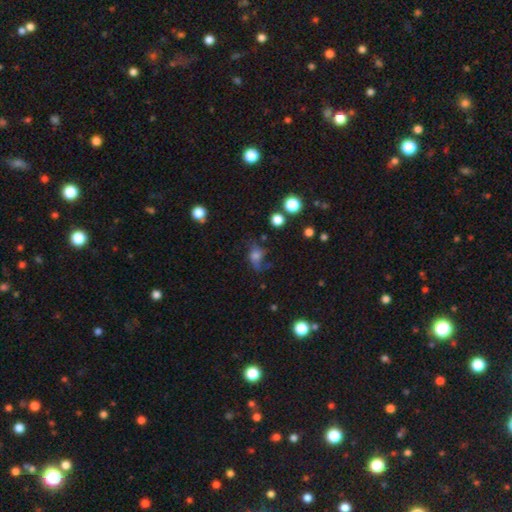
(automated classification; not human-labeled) Smooth or featured? Predicted: smooth (p=0.53). How rounded? Predicted: in between (p=0.58). Merging? Predicted: none (p=0.44).